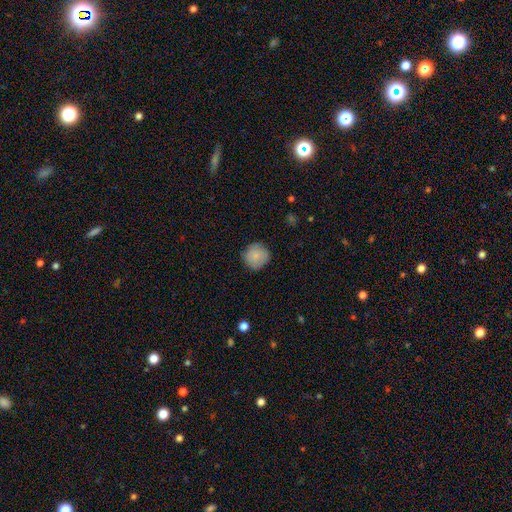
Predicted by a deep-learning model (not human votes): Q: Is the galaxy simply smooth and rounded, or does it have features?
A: smooth — 82%.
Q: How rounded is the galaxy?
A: round — 92%.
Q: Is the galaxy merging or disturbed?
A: none — 82%.